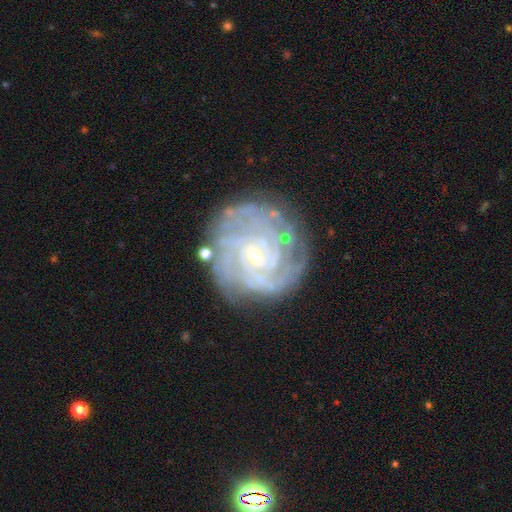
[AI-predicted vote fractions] Smooth or featured?
  - featured or disk: 87% *
  - smooth: 7%
  - star or artifact: 6%
Edge-on disk?
  - no: 97% *
  - yes: 3%
Bar?
  - no: 54% *
  - weak: 36%
  - strong: 10%
Spiral arms?
  - yes: 97% *
  - no: 3%
Spiral winding?
  - tight: 78% *
  - medium: 19%
  - loose: 3%
Spiral arm count?
  - can't tell: 29% *
  - 4: 23%
  - 3: 16%
  - more than 4: 13%
  - 2: 12%
  - 1: 7%
Bulge size?
  - small: 81% *
  - moderate: 15%
  - none: 2%
  - large: 1%
  - dominant: 1%
Merging?
  - none: 78% *
  - minor disturbance: 15%
  - major disturbance: 6%
  - merger: 2%